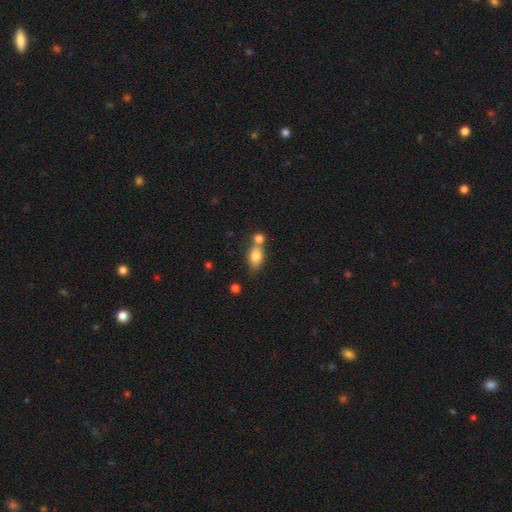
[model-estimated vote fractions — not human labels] The model was most divided on "merging": merger: 44%, none: 40%, minor disturbance: 11%, major disturbance: 4%. More confident: smooth or featured — smooth (82%); how rounded — in between (80%).